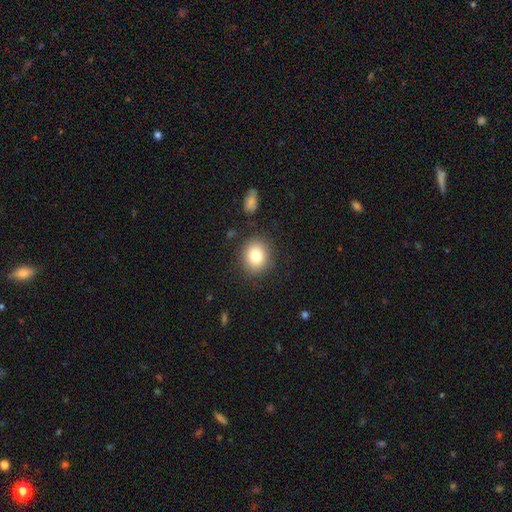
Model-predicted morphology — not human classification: A smooth galaxy with no disk features (81%) that is round (71%). Merging: none (85%).